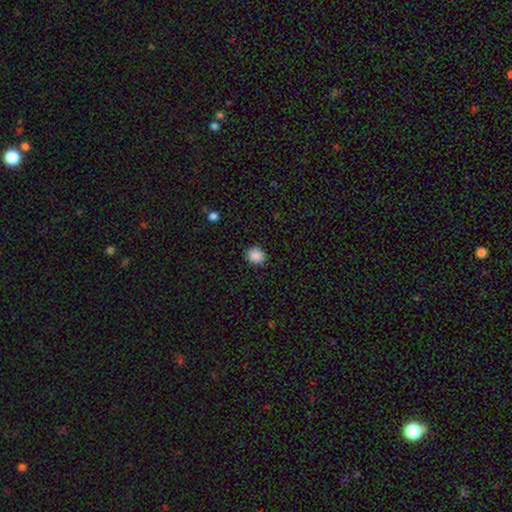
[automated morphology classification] The model was most divided on "how rounded": round: 73%, in between: 26%, cigar-shaped: 1%. More confident: smooth or featured — smooth (88%); merging — none (87%).